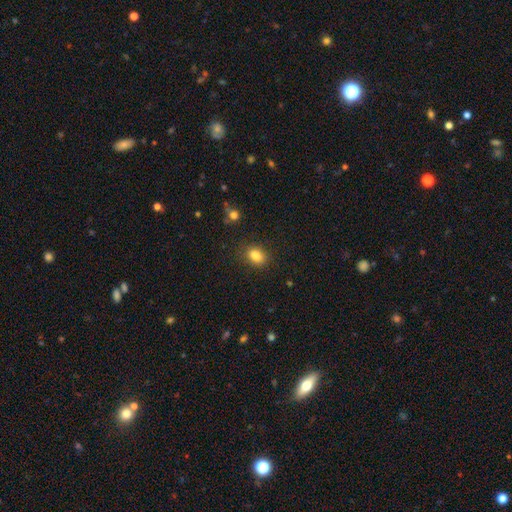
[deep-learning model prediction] This is clearly a smooth galaxy (84%). How rounded: likely in between (67%). Merging: clearly none (81%).